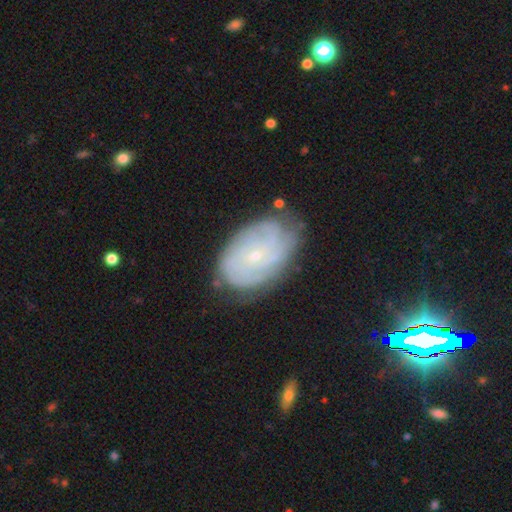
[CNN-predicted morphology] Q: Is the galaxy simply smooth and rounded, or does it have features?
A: featured or disk — 68%.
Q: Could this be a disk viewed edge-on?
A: no — 96%.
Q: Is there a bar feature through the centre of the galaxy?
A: no — 79%.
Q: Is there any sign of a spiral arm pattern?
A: yes — 82%.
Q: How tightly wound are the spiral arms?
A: tight — 71%.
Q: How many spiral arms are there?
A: can't tell — 55%.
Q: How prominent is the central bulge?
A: small — 85%.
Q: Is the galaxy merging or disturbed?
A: none — 69%.